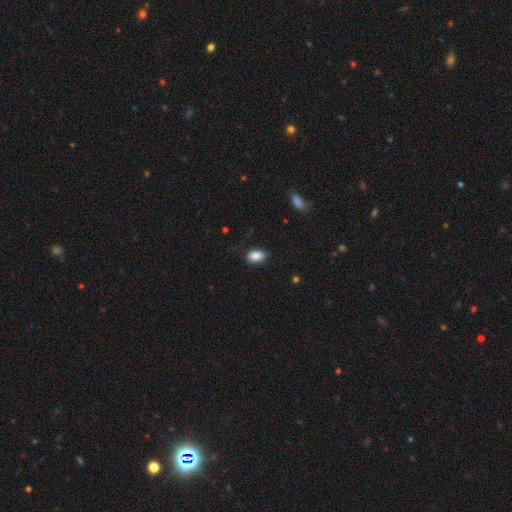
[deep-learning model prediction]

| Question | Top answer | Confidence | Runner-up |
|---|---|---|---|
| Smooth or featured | smooth | 85% | star or artifact (8%) |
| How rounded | in between | 88% | round (10%) |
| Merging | none | 78% | minor disturbance (17%) |